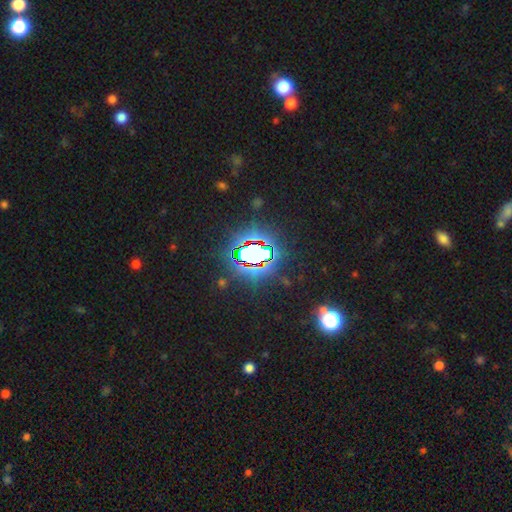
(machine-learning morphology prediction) A star or artifact, not a galaxy (73%).

Vote fractions:
- Smooth or featured? star or artifact: 73% / smooth: 17% / featured or disk: 10%